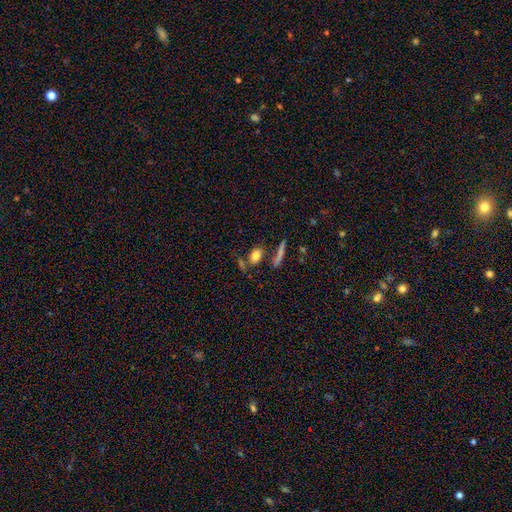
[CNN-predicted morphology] Overall: smooth (77%). How rounded: in between (72%). Merging: none (66%).